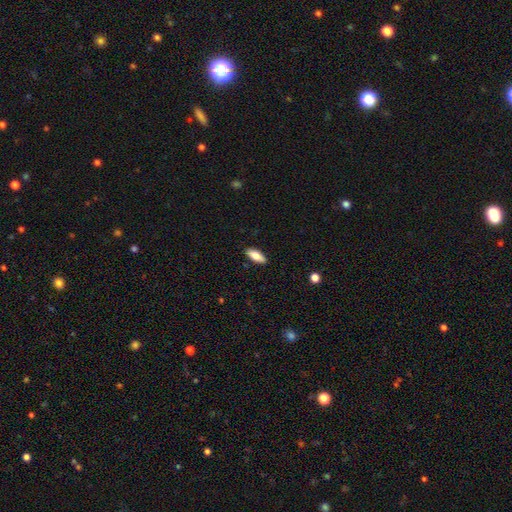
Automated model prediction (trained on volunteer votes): Overall: smooth (81%). How rounded: in between (78%). Merging: none (89%).